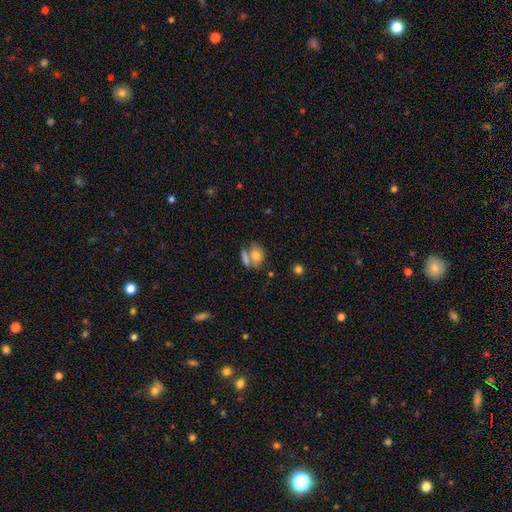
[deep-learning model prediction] Q: Smooth or featured?
A: smooth (74%); runner-up: featured or disk (17%)
Q: How rounded?
A: in between (65%); runner-up: round (31%)
Q: Merging?
A: merger (42%); runner-up: none (38%)